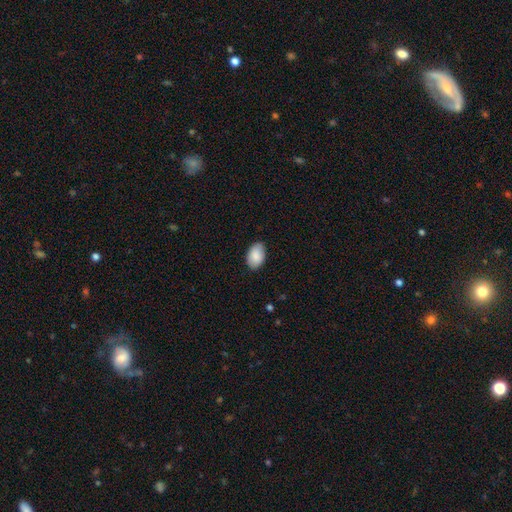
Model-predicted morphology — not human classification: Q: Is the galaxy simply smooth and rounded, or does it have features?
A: smooth — 88%.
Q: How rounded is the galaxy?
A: in between — 90%.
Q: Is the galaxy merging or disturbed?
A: none — 83%.